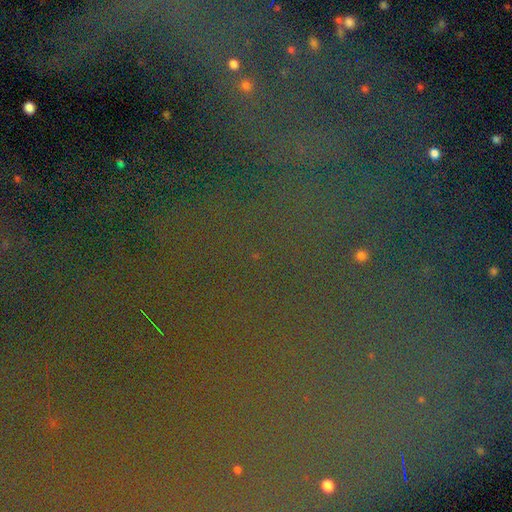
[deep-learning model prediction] This is clearly a star or artifact rather than a galaxy (82%).